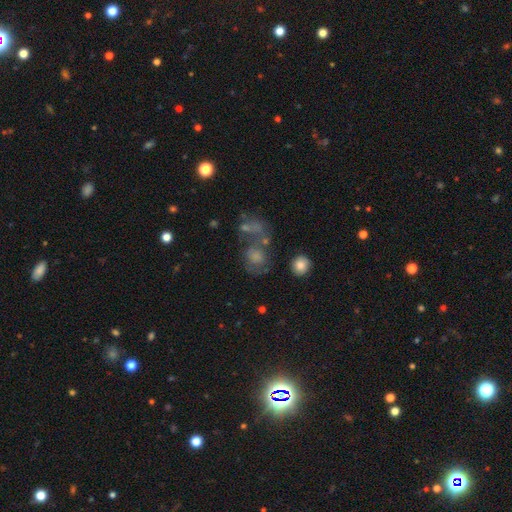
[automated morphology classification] Smooth or featured: featured or disk — 37% (smooth — 35%)
Merging: none — 40% (merger — 27%)